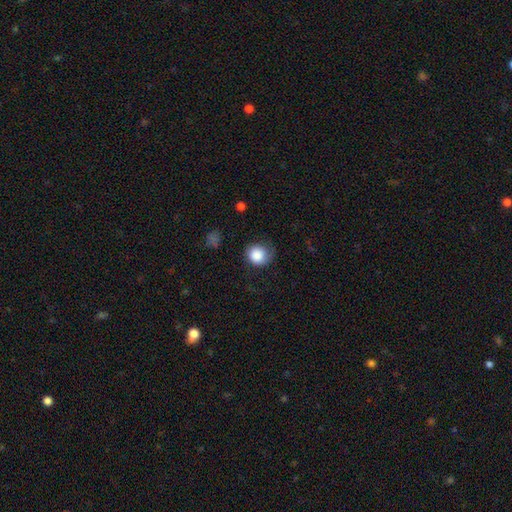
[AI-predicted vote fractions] Smooth or featured?
  - smooth: 86% *
  - star or artifact: 8%
  - featured or disk: 6%
How rounded?
  - round: 85% *
  - in between: 14%
  - cigar-shaped: 1%
Merging?
  - none: 60% *
  - minor disturbance: 27%
  - major disturbance: 11%
  - merger: 2%